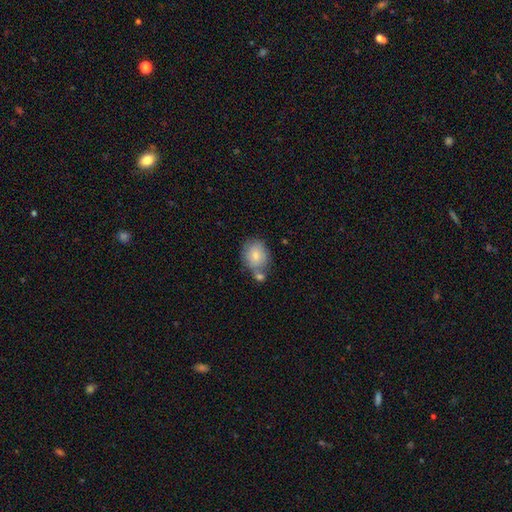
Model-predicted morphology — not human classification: type=smooth (78%); roundness=round (57%); merging=none (53%).